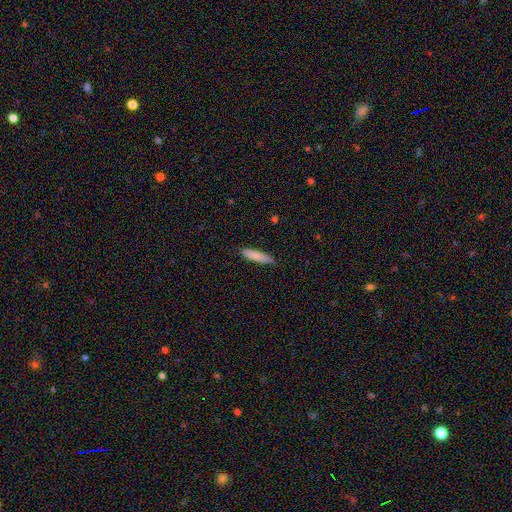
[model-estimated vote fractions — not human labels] The model was most divided on "how rounded": cigar-shaped: 77%, in between: 22%, round: 1%. More confident: merging — none (85%); smooth or featured — smooth (83%).